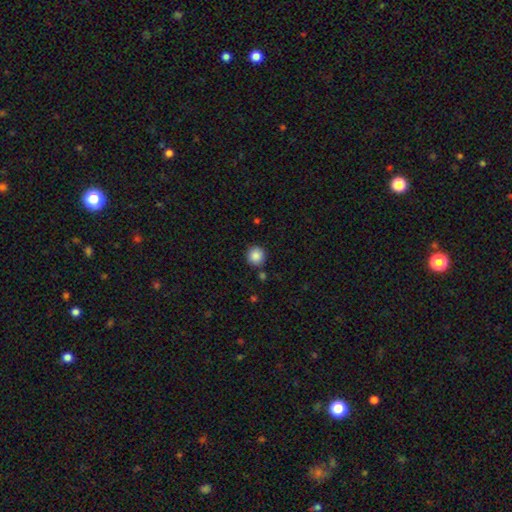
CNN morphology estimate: smooth 88%, star or artifact 9%, featured or disk 3%. Down the decision tree: how rounded — round (93%); merging — none (86%).